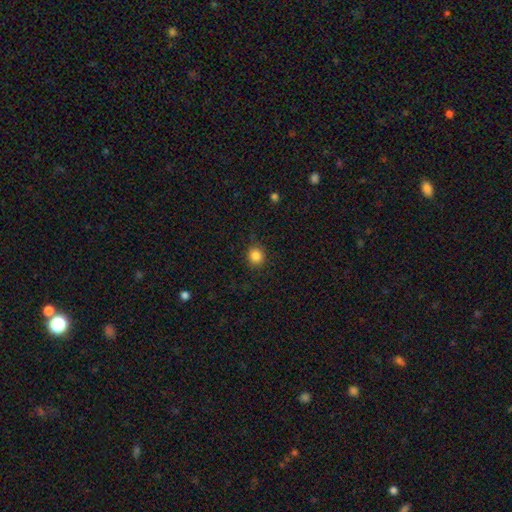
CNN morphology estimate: This appears to be a smooth galaxy with no disk features (85%) that is round (88%). Merging: none (85%).